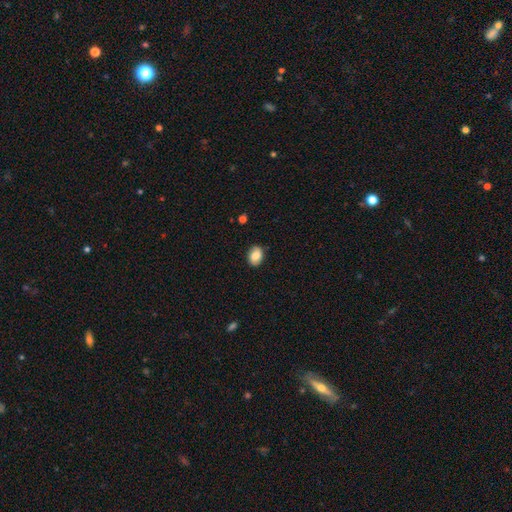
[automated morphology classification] A smooth galaxy with no disk features (81%) that is in between round and cigar-shaped (71%). Merging: none (86%).